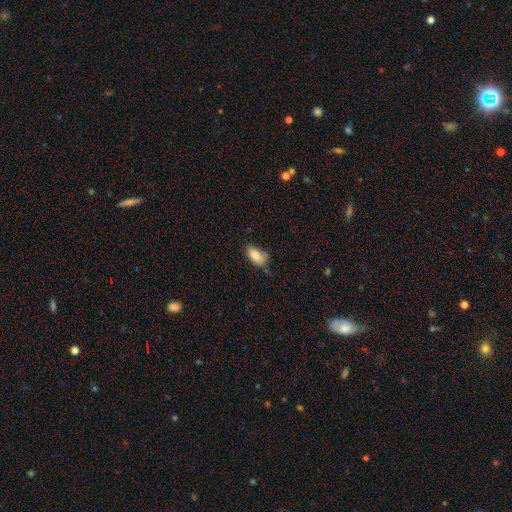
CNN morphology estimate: This appears to be a smooth galaxy with no disk features (84%) that is in between round and cigar-shaped (92%). Merging: none (60%).